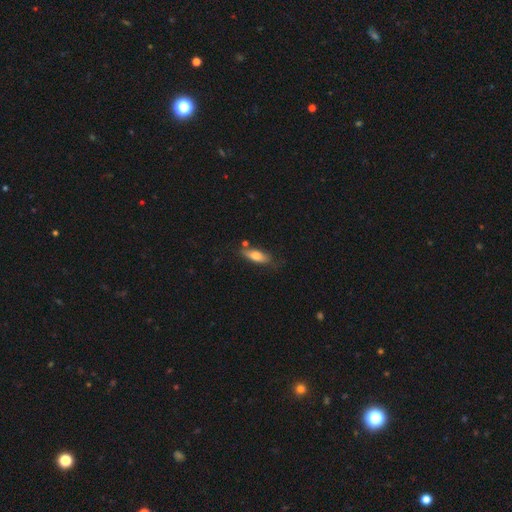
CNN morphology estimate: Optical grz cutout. It shows a smooth galaxy with no disk features (73%) that is in between round and cigar-shaped (61%). Merging: none (68%).